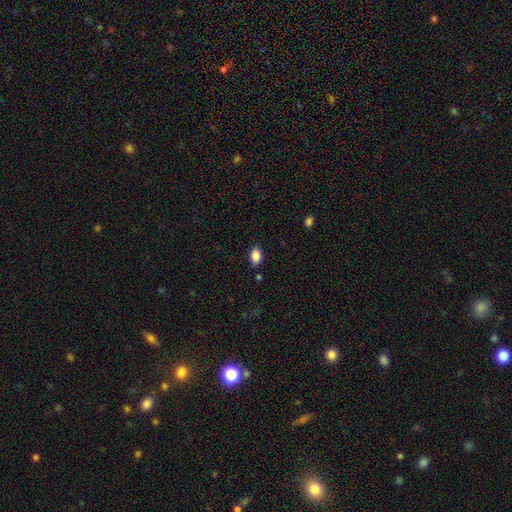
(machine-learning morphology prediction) Smooth or featured? smooth (87%)
How rounded? in between (89%)
Merging? none (85%)